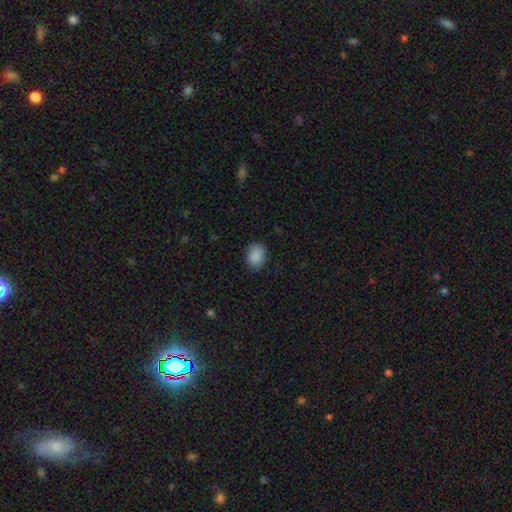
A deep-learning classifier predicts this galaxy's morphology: A smooth galaxy with no disk features (88%) that is in between round and cigar-shaped (60%).

Vote fractions:
- Smooth or featured? smooth: 88% / star or artifact: 8% / featured or disk: 4%
- How rounded? in between: 60% / round: 39% / cigar-shaped: 1%
- Merging? none: 82% / minor disturbance: 14% / major disturbance: 3% / merger: 1%